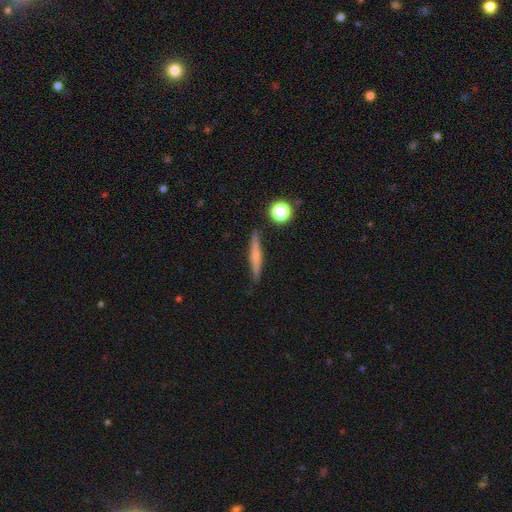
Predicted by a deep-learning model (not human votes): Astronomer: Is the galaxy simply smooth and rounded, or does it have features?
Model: smooth — 49% (runner-up: featured or disk, 43%).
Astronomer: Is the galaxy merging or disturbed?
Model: none — 88%.